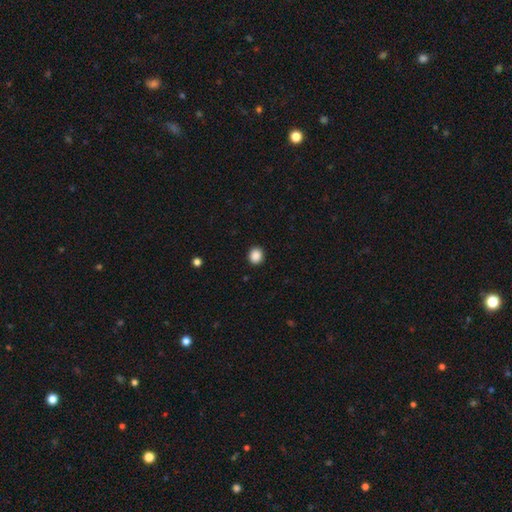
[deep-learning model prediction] Smooth or featured: smooth — 88% (star or artifact — 10%)
How rounded: round — 78% (in between — 22%)
Merging: none — 91% (minor disturbance — 6%)